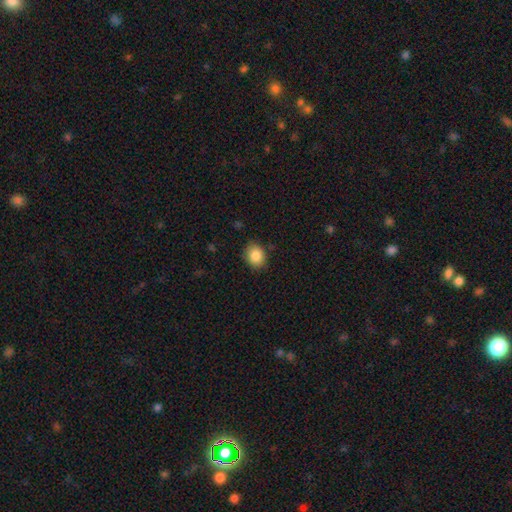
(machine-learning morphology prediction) Smooth or featured?
  - smooth: 87% *
  - star or artifact: 8%
  - featured or disk: 5%
How rounded?
  - in between: 52% *
  - round: 47%
  - cigar-shaped: 1%
Merging?
  - none: 83% *
  - minor disturbance: 13%
  - major disturbance: 3%
  - merger: 1%